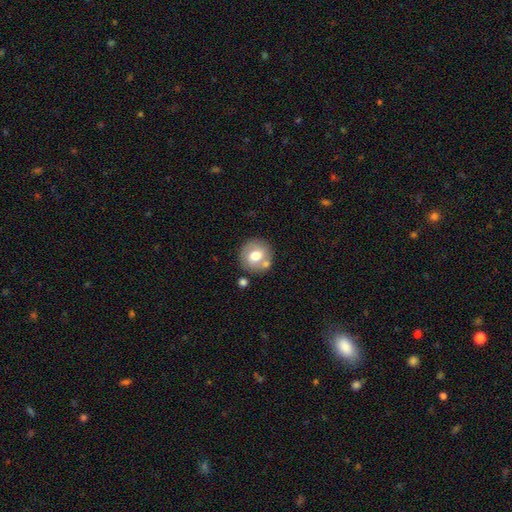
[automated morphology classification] Smooth or featured: smooth — 66% (featured or disk — 26%)
How rounded: round — 87% (in between — 12%)
Merging: none — 72% (merger — 13%)